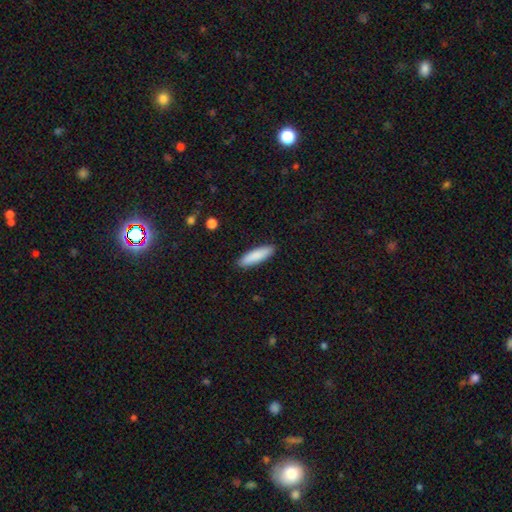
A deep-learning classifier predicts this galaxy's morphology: Smooth or featured: smooth — 87% (featured or disk — 8%)
How rounded: cigar-shaped — 65% (in between — 34%)
Merging: none — 89% (minor disturbance — 8%)